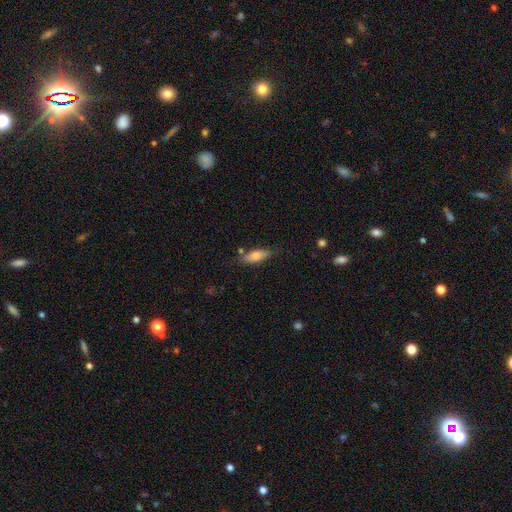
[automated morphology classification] A smooth galaxy with no disk features (76%) that is in between round and cigar-shaped (66%).

Vote fractions:
- Smooth or featured? smooth: 76% / featured or disk: 17% / star or artifact: 7%
- How rounded? in between: 66% / cigar-shaped: 31% / round: 2%
- Merging? none: 72% / minor disturbance: 19% / merger: 5% / major disturbance: 4%